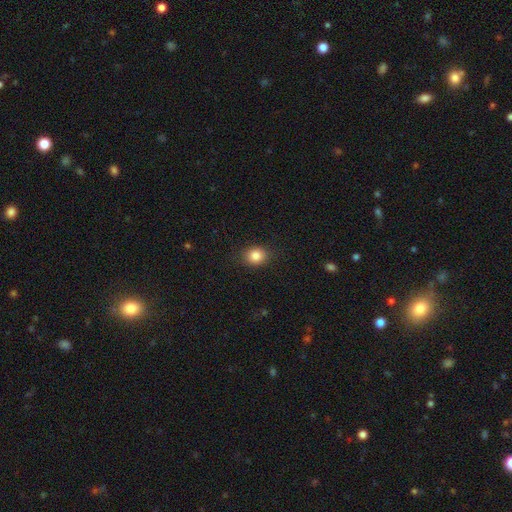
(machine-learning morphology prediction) A smooth galaxy with no disk features (85%) that is round (65%). Merging: none (87%).